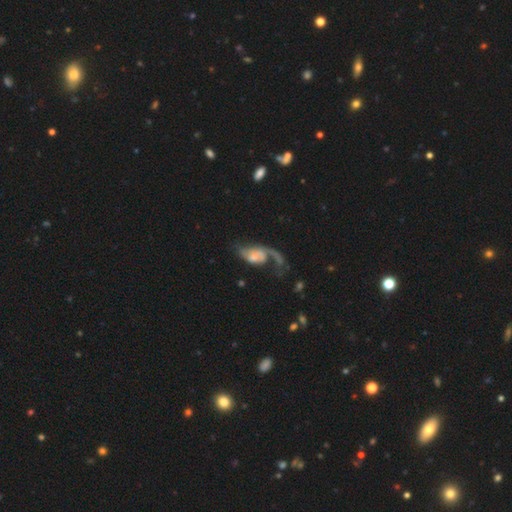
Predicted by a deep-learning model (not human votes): featured or disk 70%, smooth 23%, star or artifact 7%. Down the decision tree: edge-on disk — no (96%); bar — no (66%); spiral arms — yes (83%); spiral arm count — 1 (46%); spiral winding — loose (69%); bulge size — small (38%); merging — major disturbance (52%).